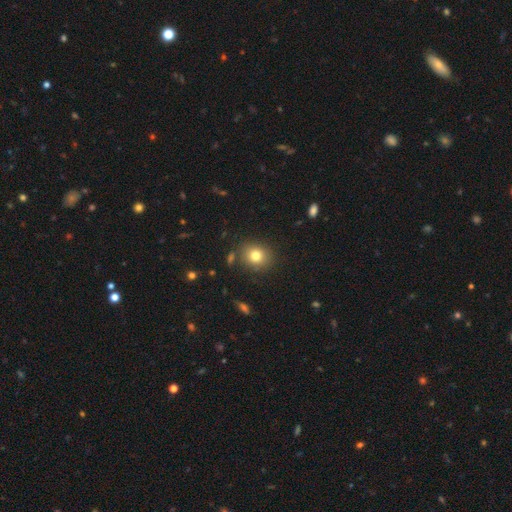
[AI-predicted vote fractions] The model was most divided on "how rounded": round: 71%, in between: 29%, cigar-shaped: 1%. More confident: merging — none (84%); smooth or featured — smooth (79%).